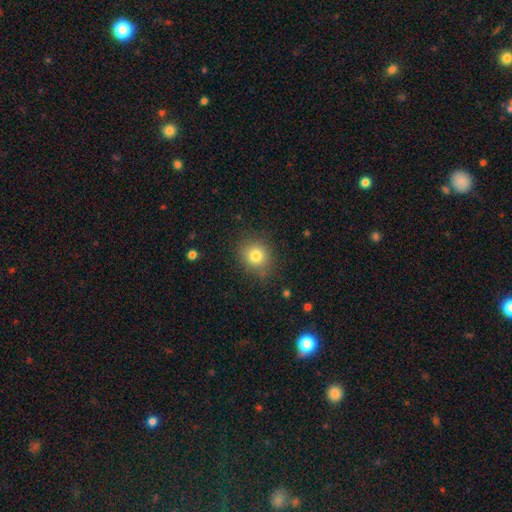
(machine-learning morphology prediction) A smooth galaxy with no disk features (80%) that is round (81%).

Vote fractions:
- Smooth or featured? smooth: 80% / star or artifact: 12% / featured or disk: 8%
- How rounded? round: 81% / in between: 18% / cigar-shaped: 1%
- Merging? none: 82% / minor disturbance: 13% / major disturbance: 4% / merger: 2%